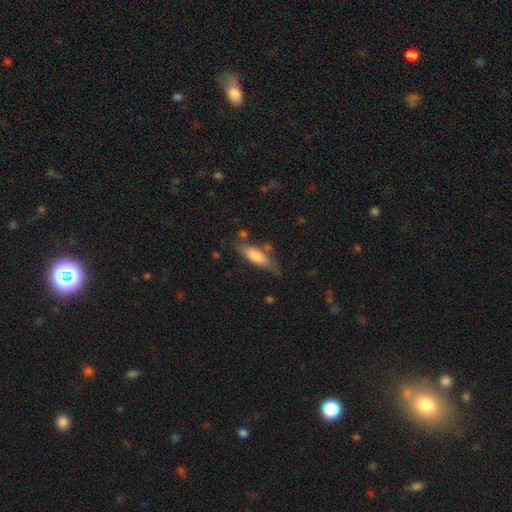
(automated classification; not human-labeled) Smooth or featured?
  - smooth: 69% *
  - featured or disk: 25%
  - star or artifact: 6%
How rounded?
  - cigar-shaped: 51% *
  - in between: 48%
  - round: 2%
Merging?
  - none: 65% *
  - minor disturbance: 23%
  - major disturbance: 6%
  - merger: 6%